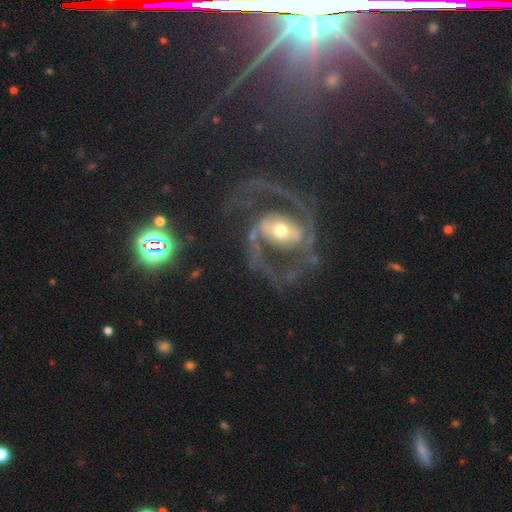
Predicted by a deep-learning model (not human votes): This appears to be a featured or disk galaxy (83%) with a strong bar (44%), 2 (81%) medium (53%) spiral arms (93%) and a moderate central bulge (51%). Merging: none (69%).